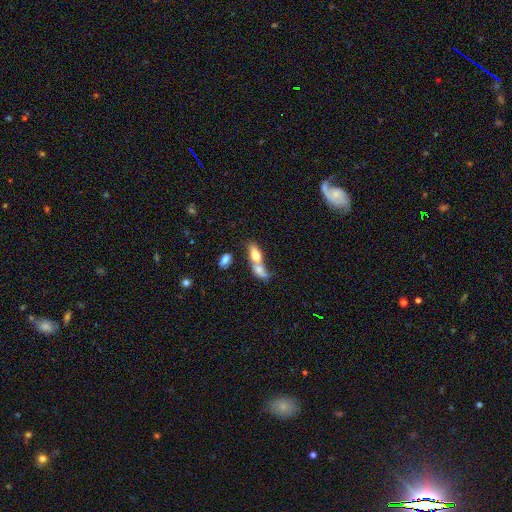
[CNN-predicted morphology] A smooth galaxy with no disk features (72%) that is in between round and cigar-shaped (78%). Merging: merger (66%).